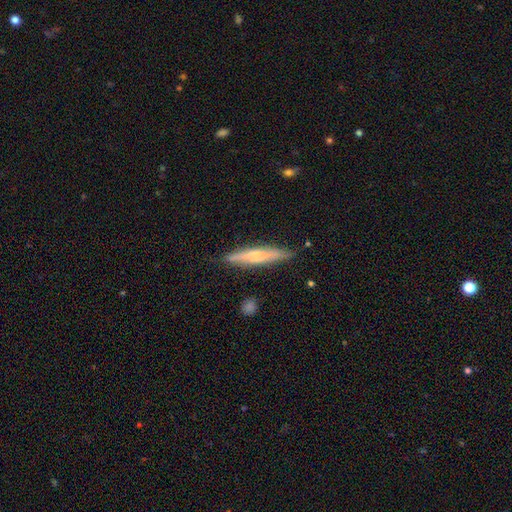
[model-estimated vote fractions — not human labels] Smooth or featured? Predicted: featured or disk (p=0.47, tied with smooth). Merging? Predicted: none (p=0.84).